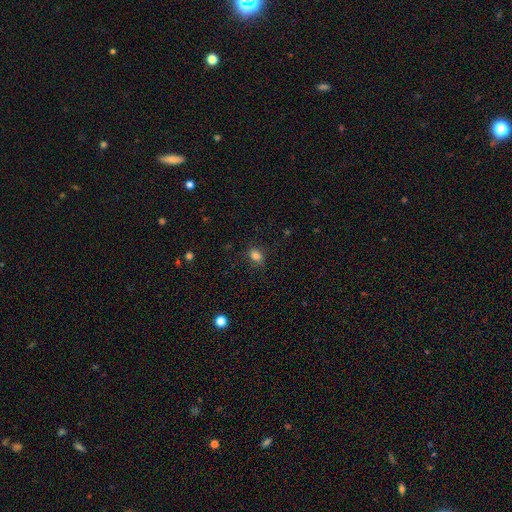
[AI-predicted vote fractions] This is clearly a smooth galaxy (82%). How rounded: likely in between (65%). Merging: clearly none (81%).